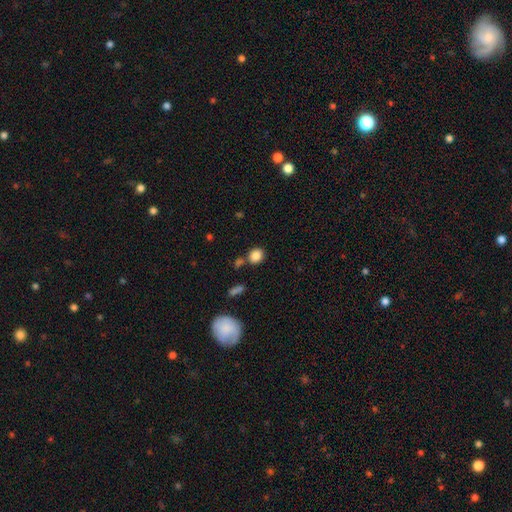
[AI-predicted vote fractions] Overall: smooth (85%). How rounded: round (67%; in between 32%). Merging: none (72%).